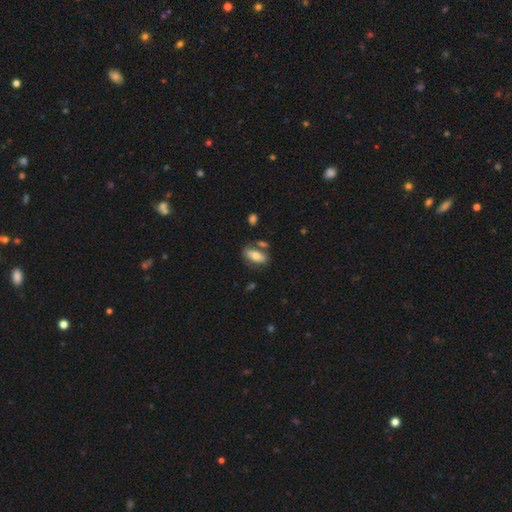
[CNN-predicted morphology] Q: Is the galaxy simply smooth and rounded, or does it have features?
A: smooth — 68%.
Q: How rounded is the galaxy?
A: in between — 87%.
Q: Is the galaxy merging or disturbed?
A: none — 66%.